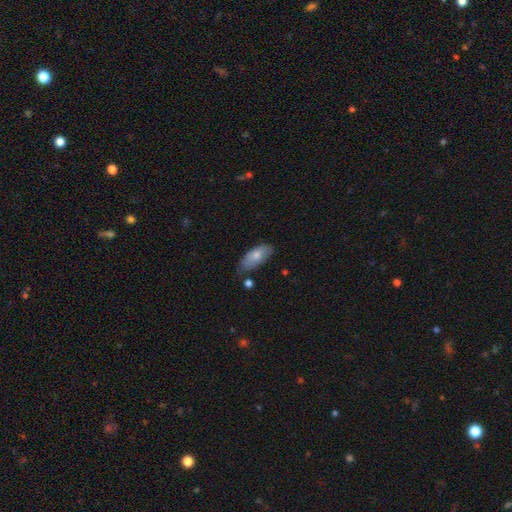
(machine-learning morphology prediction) Smooth or featured: smooth — 78% (featured or disk — 16%)
How rounded: in between — 86% (cigar-shaped — 11%)
Merging: none — 61% (minor disturbance — 28%)